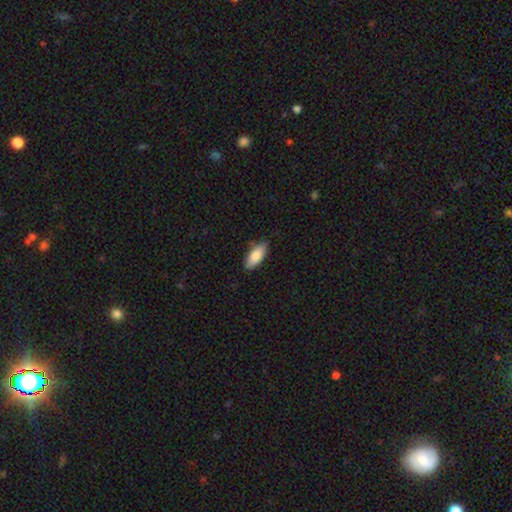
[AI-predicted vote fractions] This is clearly a smooth galaxy (84%). How rounded: clearly in between (83%). Merging: clearly none (83%).